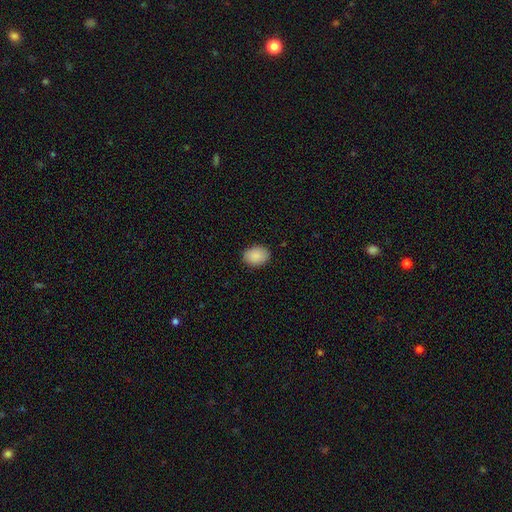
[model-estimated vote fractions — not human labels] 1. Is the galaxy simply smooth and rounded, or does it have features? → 90% smooth, 7% star or artifact, 4% featured or disk.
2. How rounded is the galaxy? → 71% in between, 28% round, 1% cigar-shaped.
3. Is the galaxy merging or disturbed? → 88% none, 9% minor disturbance, 2% major disturbance, 1% merger.